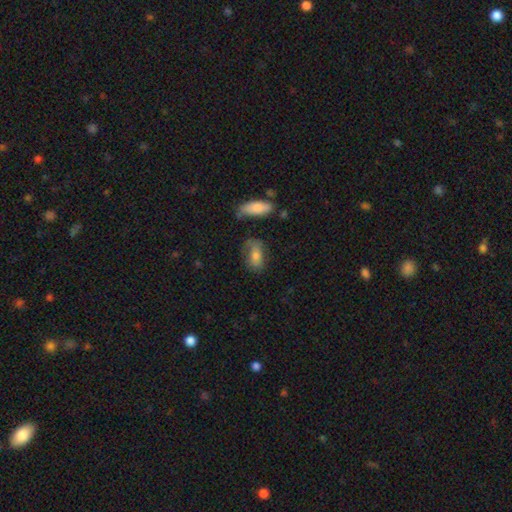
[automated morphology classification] Smooth or featured? smooth (74%)
How rounded? in between (85%)
Merging? none (57%)